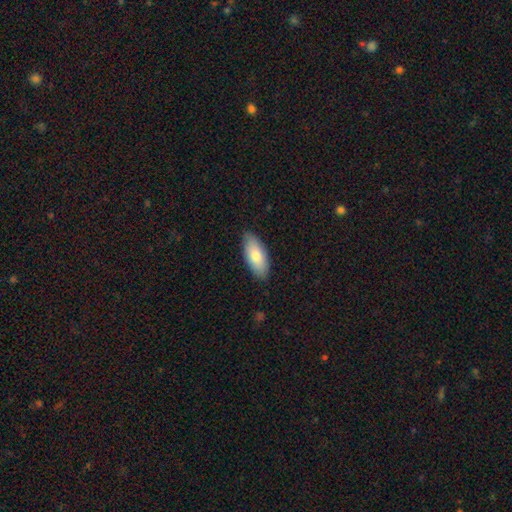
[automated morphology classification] A smooth galaxy with no disk features (78%) that is in between round and cigar-shaped (87%).

Vote fractions:
- Smooth or featured? smooth: 78% / featured or disk: 17% / star or artifact: 5%
- How rounded? in between: 87% / cigar-shaped: 11% / round: 2%
- Merging? none: 85% / minor disturbance: 12% / major disturbance: 2% / merger: 1%